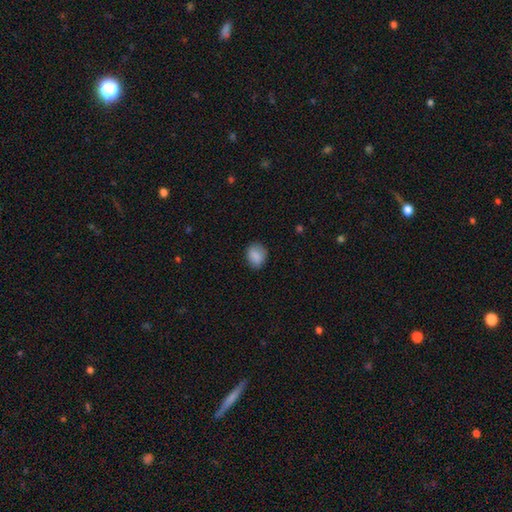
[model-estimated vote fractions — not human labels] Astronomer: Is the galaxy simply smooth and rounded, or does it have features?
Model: smooth — 87%.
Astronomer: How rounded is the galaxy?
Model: round — 51% (runner-up: in between, 48%).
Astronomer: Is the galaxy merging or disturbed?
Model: none — 78%.